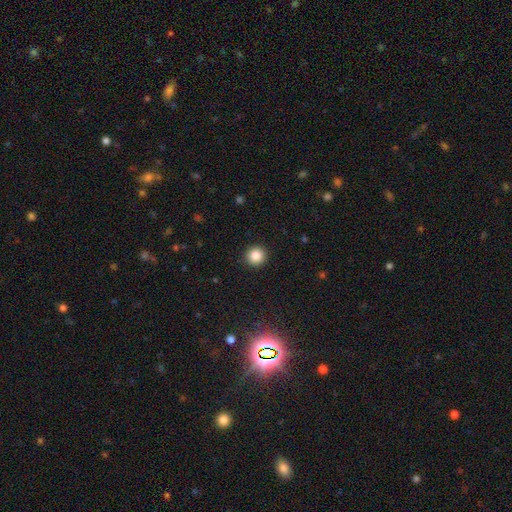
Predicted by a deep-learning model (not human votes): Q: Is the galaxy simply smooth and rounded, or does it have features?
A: smooth — 86%.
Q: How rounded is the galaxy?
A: round — 94%.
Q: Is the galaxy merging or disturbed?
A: none — 92%.